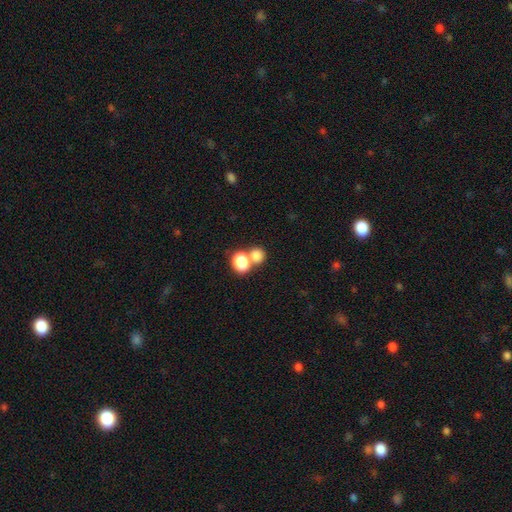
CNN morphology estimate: type=smooth (79%); roundness=round (74%); merging=merger (46%).